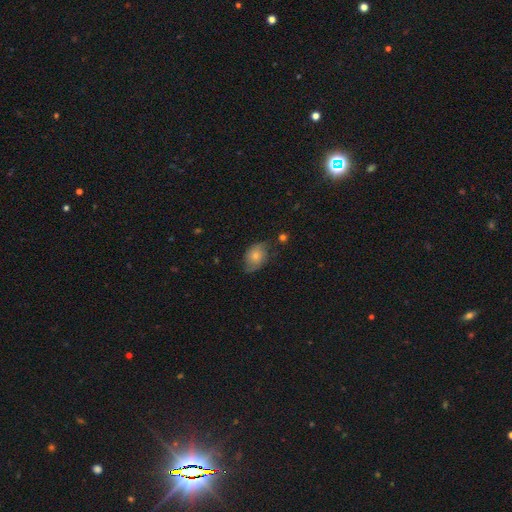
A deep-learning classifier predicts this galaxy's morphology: A smooth galaxy with no disk features (62%) that is in between round and cigar-shaped (72%).

Vote fractions:
- Smooth or featured? smooth: 62% / featured or disk: 29% / star or artifact: 8%
- How rounded? in between: 72% / round: 26% / cigar-shaped: 1%
- Merging? none: 56% / minor disturbance: 32% / major disturbance: 10% / merger: 2%